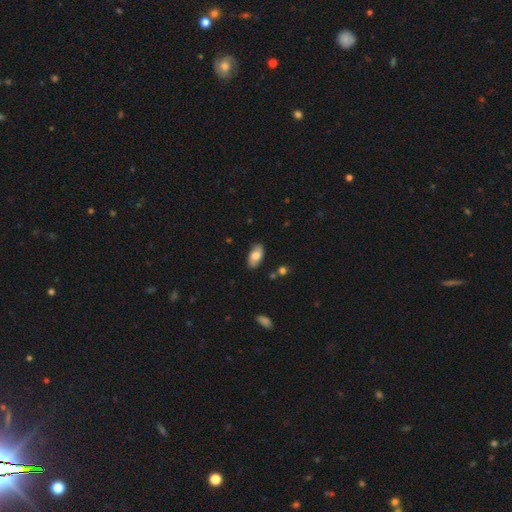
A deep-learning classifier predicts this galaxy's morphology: Smooth or featured: smooth — 71% (featured or disk — 23%)
How rounded: in between — 93% (cigar-shaped — 4%)
Merging: none — 84% (minor disturbance — 12%)